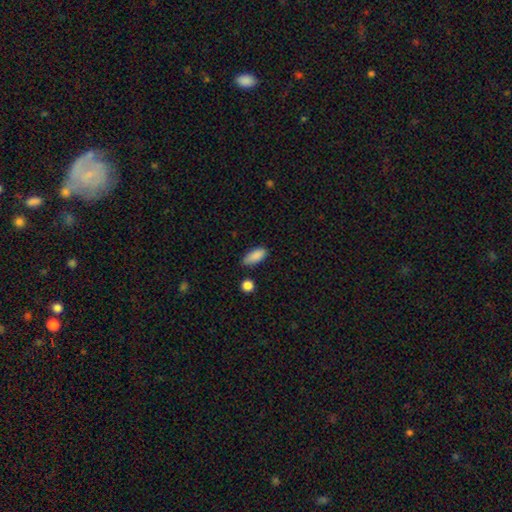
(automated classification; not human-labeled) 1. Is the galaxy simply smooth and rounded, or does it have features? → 88% smooth, 8% star or artifact, 5% featured or disk.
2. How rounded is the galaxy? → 82% in between, 15% cigar-shaped, 3% round.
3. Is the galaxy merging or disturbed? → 70% none, 22% minor disturbance, 4% major disturbance, 4% merger.